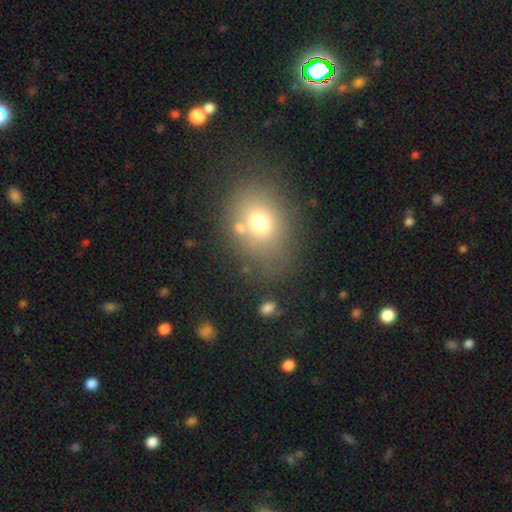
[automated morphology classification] Overall: smooth (60%; star or artifact 27%). How rounded: in between (51%; round 47%). Merging: none (80%).